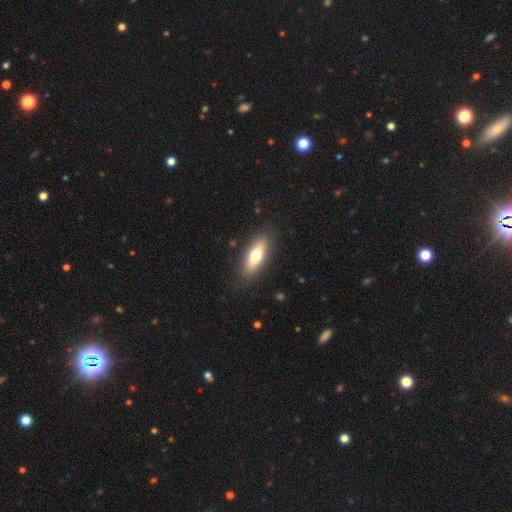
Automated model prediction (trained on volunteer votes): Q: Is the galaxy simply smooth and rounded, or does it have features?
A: smooth — 65%.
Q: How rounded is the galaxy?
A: in between — 65%.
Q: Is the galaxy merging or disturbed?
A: none — 86%.